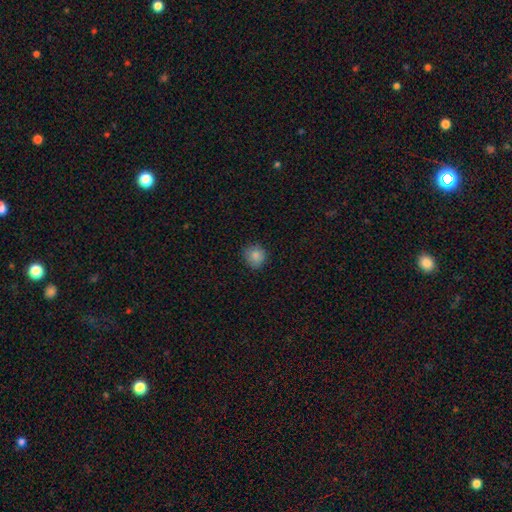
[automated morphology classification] smooth 85%, star or artifact 10%, featured or disk 5%. Down the decision tree: how rounded — round (87%); merging — none (85%).